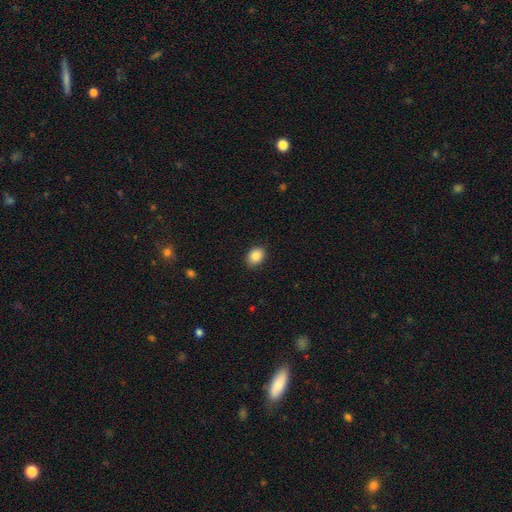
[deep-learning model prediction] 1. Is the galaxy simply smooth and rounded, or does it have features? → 87% smooth, 8% star or artifact, 4% featured or disk.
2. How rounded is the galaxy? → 62% in between, 37% round, 1% cigar-shaped.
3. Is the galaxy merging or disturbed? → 89% none, 8% minor disturbance, 2% major disturbance, 1% merger.